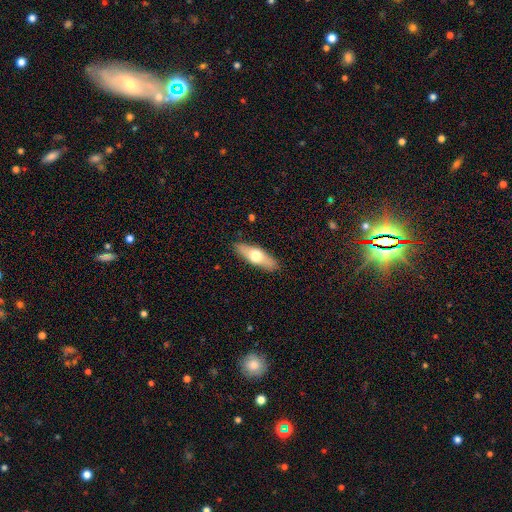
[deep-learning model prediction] A smooth galaxy with no disk features (53%) that is in between round and cigar-shaped (53%).

Vote fractions:
- Smooth or featured? smooth: 53% / featured or disk: 42% / star or artifact: 5%
- How rounded? in between: 53% / cigar-shaped: 44% / round: 3%
- Merging? none: 88% / minor disturbance: 9% / major disturbance: 2% / merger: 1%